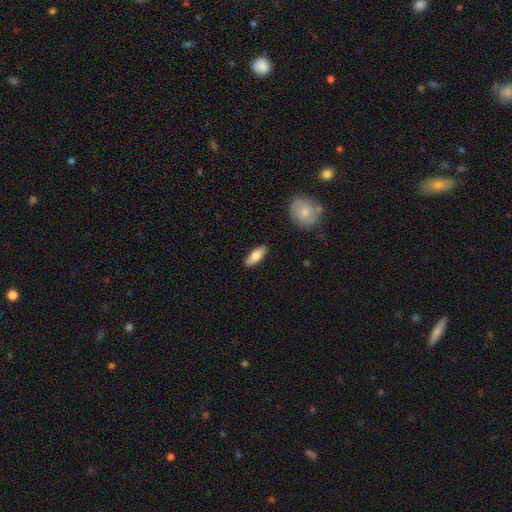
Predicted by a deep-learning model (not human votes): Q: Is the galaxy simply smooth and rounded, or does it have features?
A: smooth — 70%.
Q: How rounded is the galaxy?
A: in between — 65%.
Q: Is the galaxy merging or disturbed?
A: none — 87%.